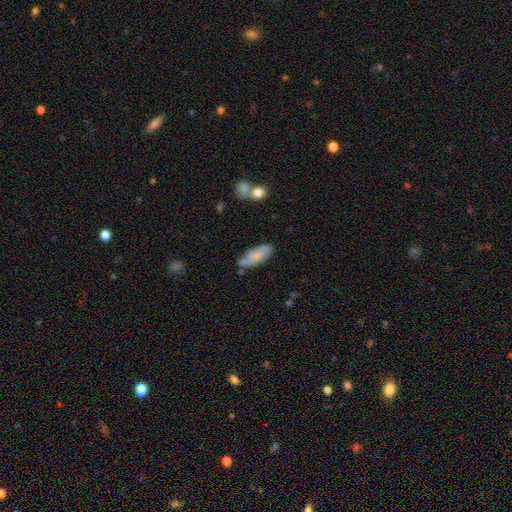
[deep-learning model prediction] Morphology: type=smooth (55%); roundness=in between (73%); merging=none (68%).